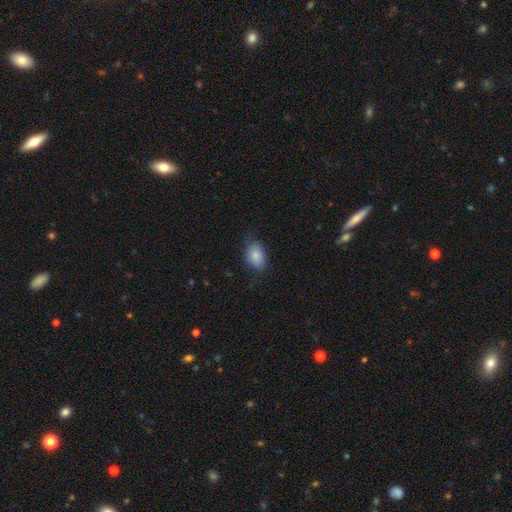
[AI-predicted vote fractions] This appears to be a smooth galaxy with no disk features (85%) that is in between round and cigar-shaped (85%). Merging: none (70%).